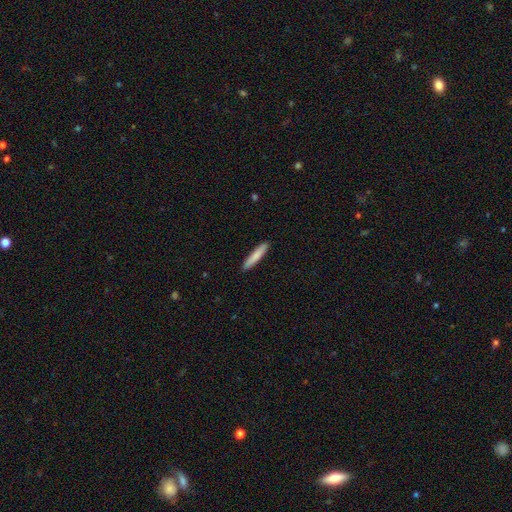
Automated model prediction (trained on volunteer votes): Q: Smooth or featured?
A: smooth (81%); runner-up: featured or disk (13%)
Q: How rounded?
A: cigar-shaped (92%); runner-up: in between (6%)
Q: Merging?
A: none (92%); runner-up: minor disturbance (6%)